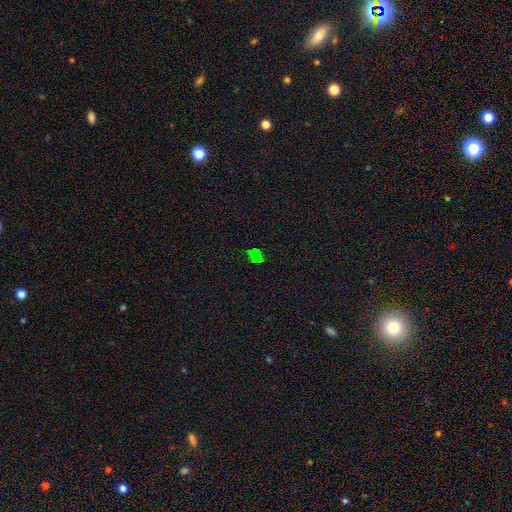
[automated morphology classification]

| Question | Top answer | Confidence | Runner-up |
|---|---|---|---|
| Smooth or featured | star or artifact | 63% | smooth (26%) |